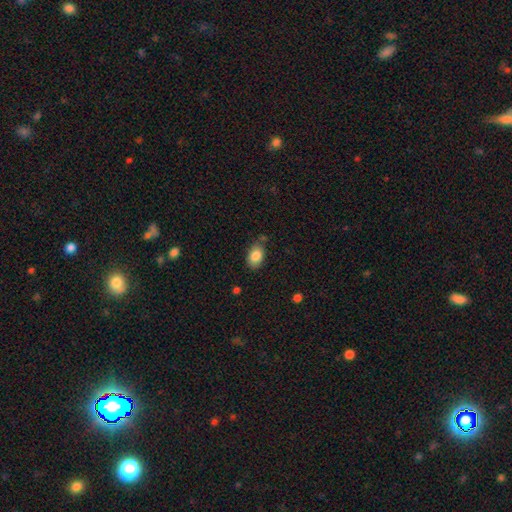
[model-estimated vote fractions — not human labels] Q: Smooth or featured?
A: smooth (84%); runner-up: featured or disk (8%)
Q: How rounded?
A: in between (86%); runner-up: round (13%)
Q: Merging?
A: none (69%); runner-up: minor disturbance (22%)